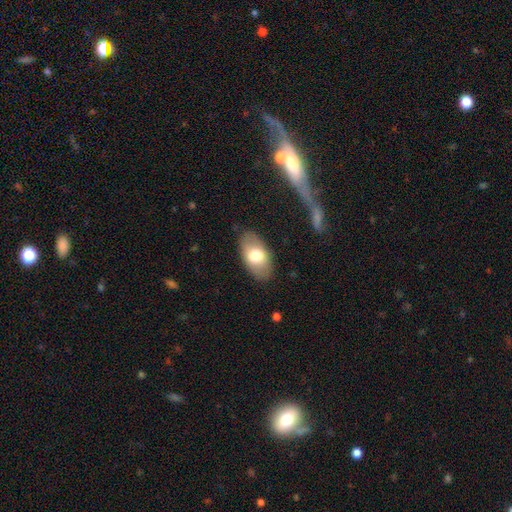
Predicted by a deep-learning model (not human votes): Smooth or featured? Predicted: smooth (p=0.70). How rounded? Predicted: in between (p=0.93). Merging? Predicted: none (p=0.84).